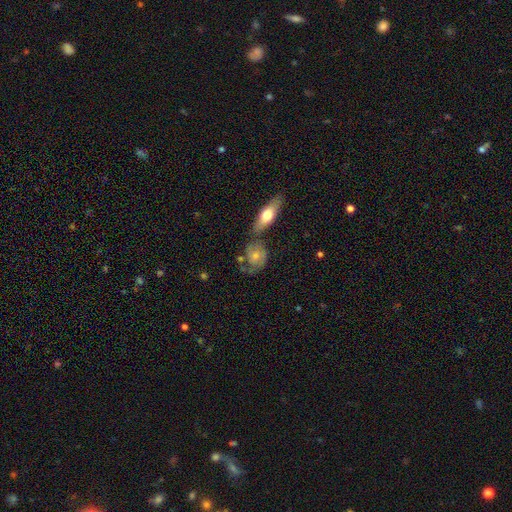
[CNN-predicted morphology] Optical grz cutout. It shows a featured or disk galaxy (51%). Merging: none (46%).